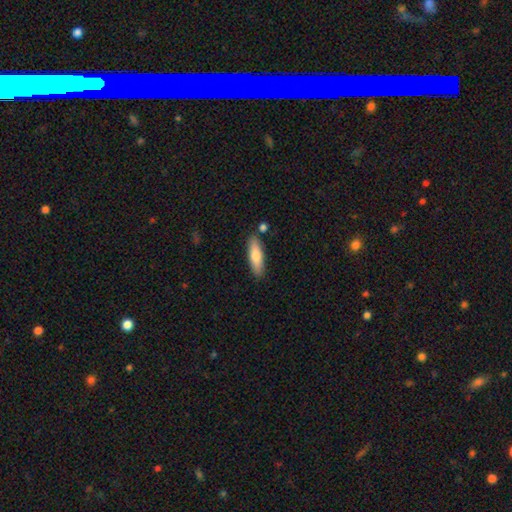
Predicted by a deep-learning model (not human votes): smooth 75%, featured or disk 20%, star or artifact 6%. Down the decision tree: how rounded — cigar-shaped (58%); merging — none (83%).